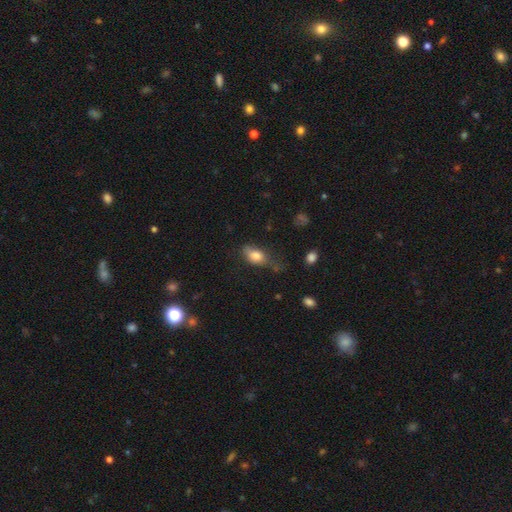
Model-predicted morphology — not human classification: smooth_or_featured: smooth (p=0.79) [alt: featured or disk p=0.12]
how_rounded: in between (p=0.84) [alt: round p=0.12]
merging: none (p=0.49) [alt: minor disturbance p=0.31]